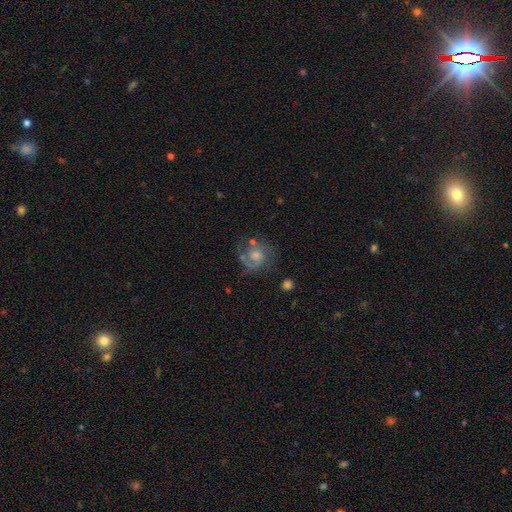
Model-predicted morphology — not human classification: smooth-or-featured: featured or disk: 75% | smooth: 17% | star or artifact: 7%
  disk-edge-on: no: 98% | yes: 2%
    bar: no: 67% | weak: 29% | strong: 4%
    has-spiral-arms: yes: 92% | no: 8%
      spiral-winding: medium: 46% | tight: 38% | loose: 16%
      spiral-arm-count: 2: 68% | 1: 12% | can't tell: 11% | 3: 6% | 4: 2% | more than 4: 2%
    bulge-size: moderate: 48% | small: 27% | large: 12% | none: 11% | dominant: 2%
  merging: none: 62% | minor disturbance: 20% | major disturbance: 13% | merger: 5%